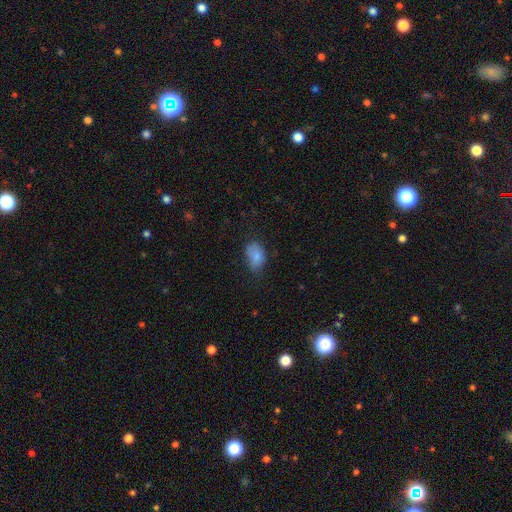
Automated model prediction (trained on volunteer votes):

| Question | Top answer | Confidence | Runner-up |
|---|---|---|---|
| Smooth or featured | smooth | 81% | featured or disk (10%) |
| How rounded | in between | 87% | round (12%) |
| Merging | none | 50% | minor disturbance (36%) |